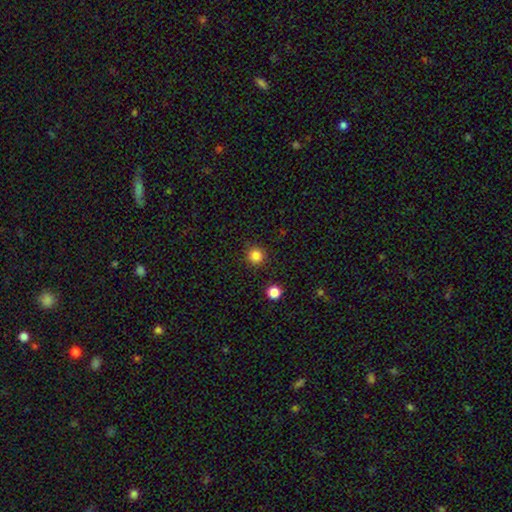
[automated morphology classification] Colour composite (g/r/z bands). It shows a smooth galaxy with no disk features (84%) that is round (96%). Merging: none (91%).